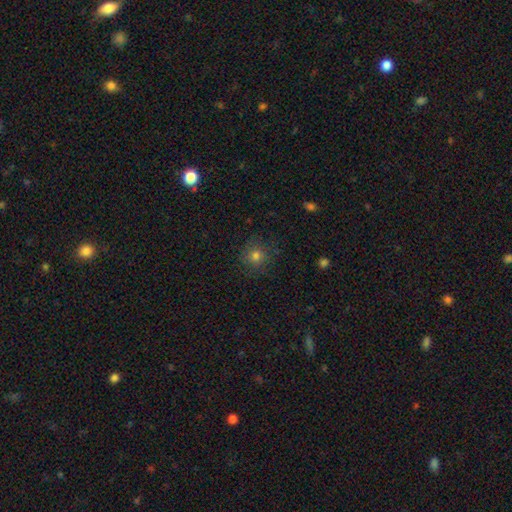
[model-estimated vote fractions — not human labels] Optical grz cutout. It shows a smooth galaxy with no disk features (76%) that is round (91%). Merging: none (83%).